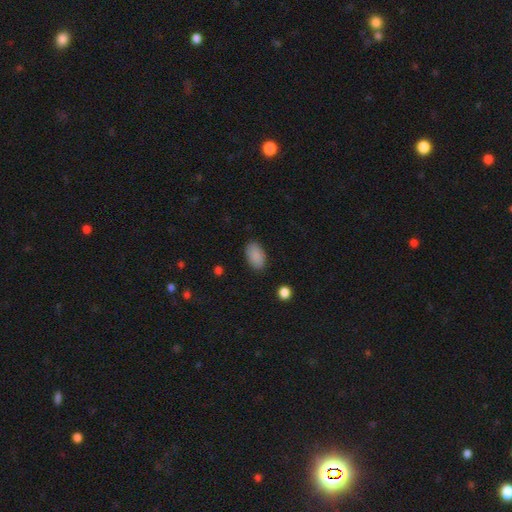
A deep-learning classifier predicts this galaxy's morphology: Smooth or featured: smooth — 89% (star or artifact — 7%)
How rounded: in between — 93% (round — 6%)
Merging: none — 86% (minor disturbance — 11%)